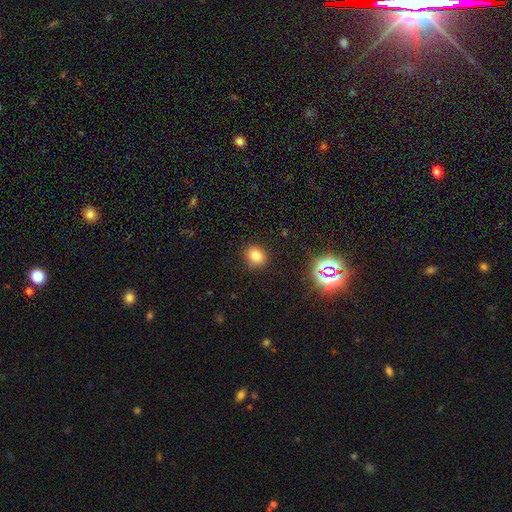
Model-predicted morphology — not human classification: smooth-or-featured: smooth: 78% | star or artifact: 16% | featured or disk: 6%
  how-rounded: round: 63% | in between: 36% | cigar-shaped: 1%
  merging: none: 87% | minor disturbance: 9% | major disturbance: 3% | merger: 1%